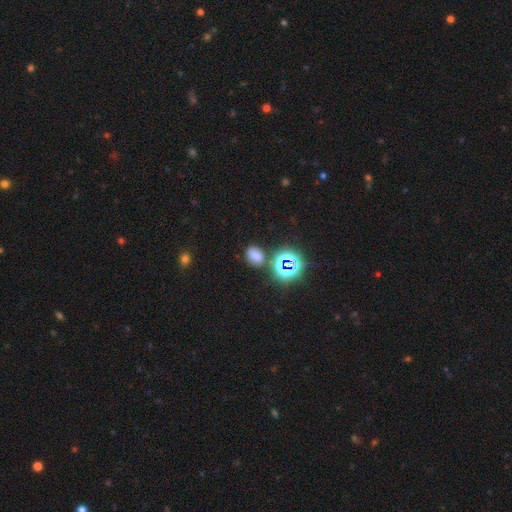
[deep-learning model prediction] Q: Smooth or featured?
A: smooth (64%); runner-up: star or artifact (29%)
Q: How rounded?
A: in between (69%); runner-up: round (30%)
Q: Merging?
A: none (71%); runner-up: minor disturbance (15%)